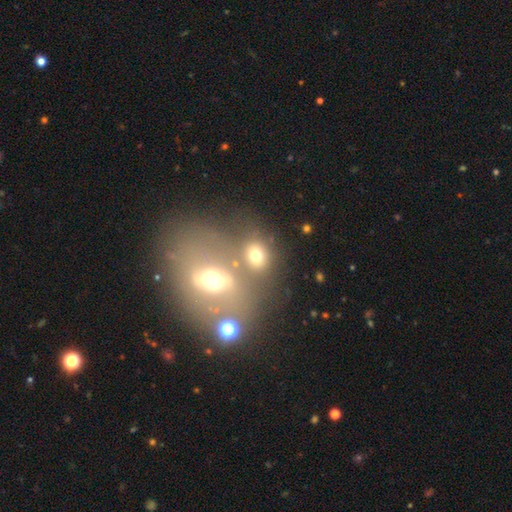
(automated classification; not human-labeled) Smooth or featured? smooth (67%)
How rounded? round (55%)
Merging? none (51%)